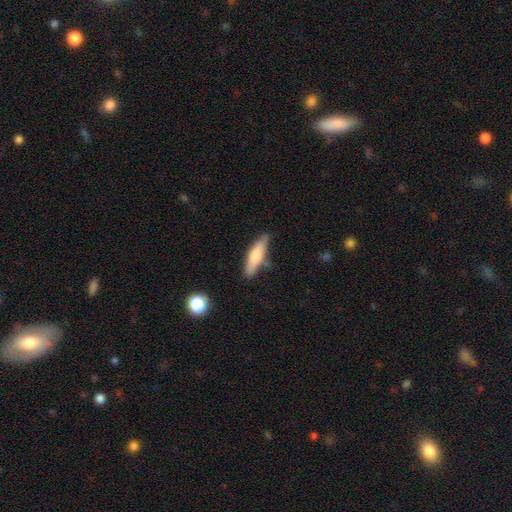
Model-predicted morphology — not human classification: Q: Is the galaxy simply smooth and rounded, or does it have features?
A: smooth — 70%.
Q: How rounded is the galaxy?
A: cigar-shaped — 64%.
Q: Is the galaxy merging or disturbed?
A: none — 73%.